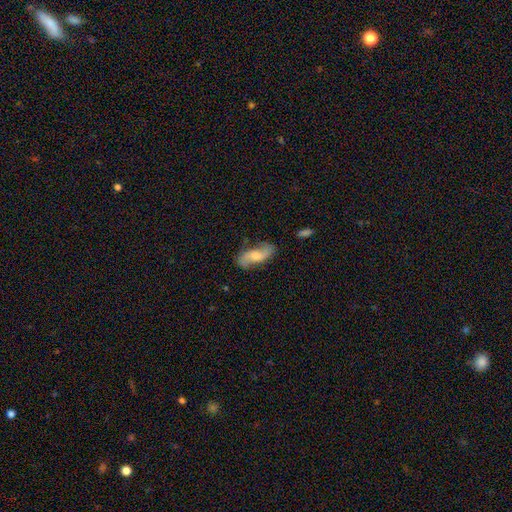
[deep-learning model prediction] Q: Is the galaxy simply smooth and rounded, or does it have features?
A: featured or disk — 64%.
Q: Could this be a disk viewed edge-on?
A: no — 92%.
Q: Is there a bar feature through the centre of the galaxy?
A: no — 53%.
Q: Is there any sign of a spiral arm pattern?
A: yes — 92%.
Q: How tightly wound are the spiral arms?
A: loose — 69%.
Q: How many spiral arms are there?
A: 2 — 91%.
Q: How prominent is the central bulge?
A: moderate — 47%.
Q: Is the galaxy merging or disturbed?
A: none — 74%.